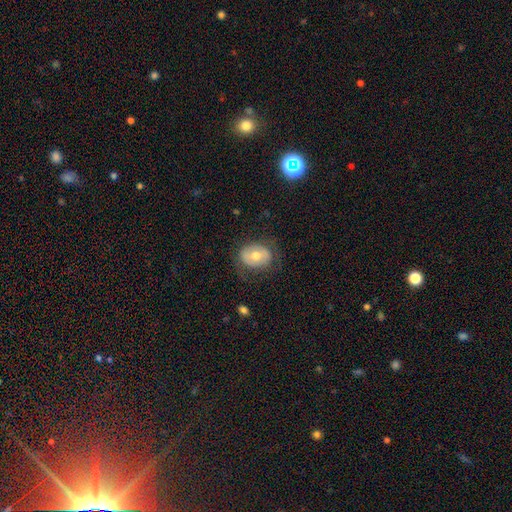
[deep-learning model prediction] Smooth or featured? Predicted: smooth (p=0.57). How rounded? Predicted: in between (p=0.57). Merging? Predicted: none (p=0.69).